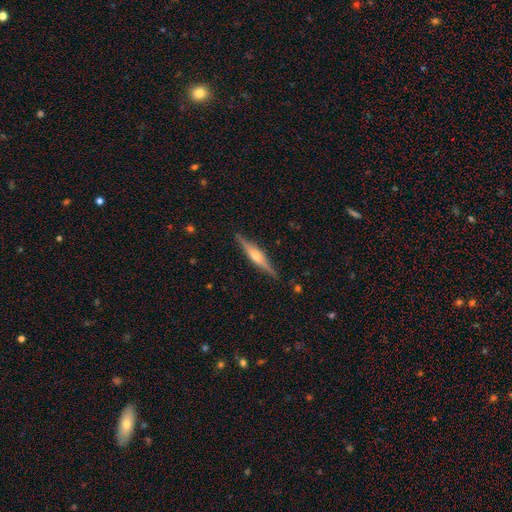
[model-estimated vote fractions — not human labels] The model was most divided on "smooth or featured": featured or disk: 76%, smooth: 19%, star or artifact: 6%. More confident: edge-on disk — yes (98%); merging — none (90%); edge-on bulge — rounded (85%).